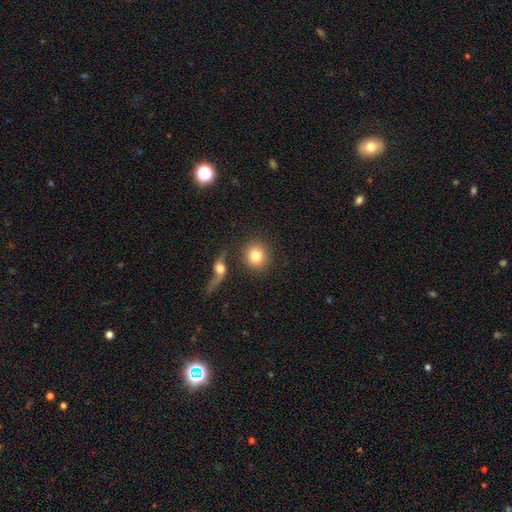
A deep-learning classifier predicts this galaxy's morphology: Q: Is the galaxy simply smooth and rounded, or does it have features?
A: smooth — 80%.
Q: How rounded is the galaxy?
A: round — 88%.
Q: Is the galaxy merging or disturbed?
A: none — 74%.